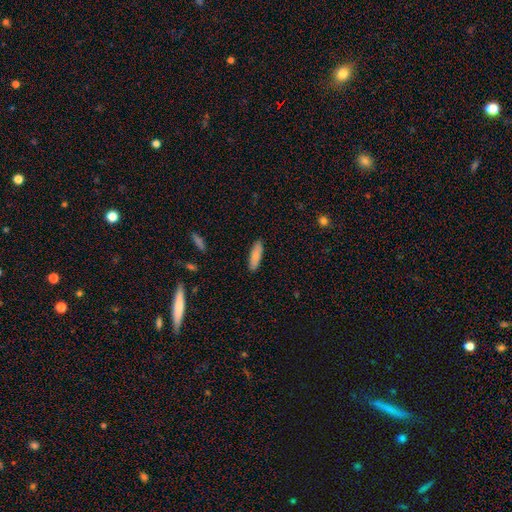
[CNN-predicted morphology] Smooth or featured? smooth (85%)
How rounded? cigar-shaped (59%)
Merging? none (88%)